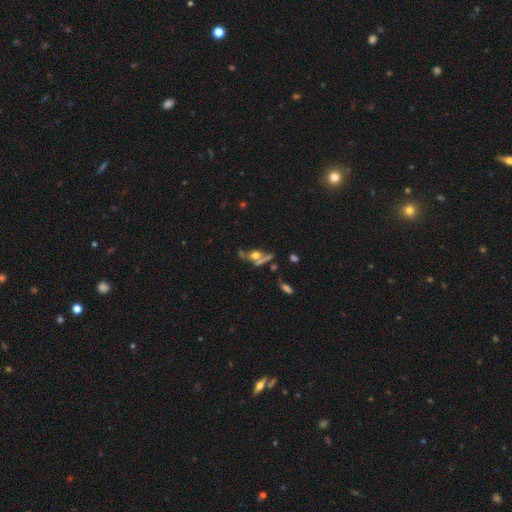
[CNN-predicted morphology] A featured or disk galaxy (44%). Merging: none (38%).